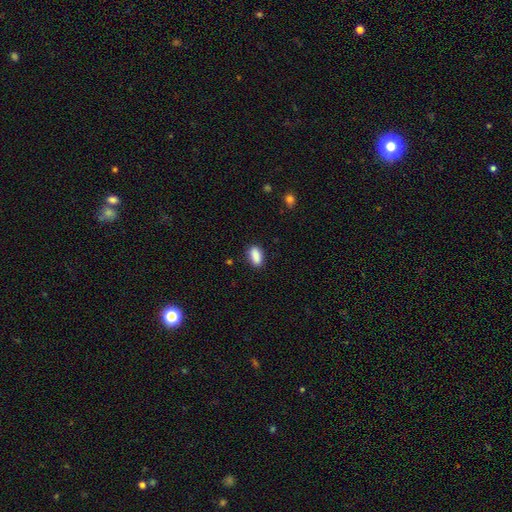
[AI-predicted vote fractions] Morphology: type=smooth (89%); roundness=in between (87%); merging=none (85%).